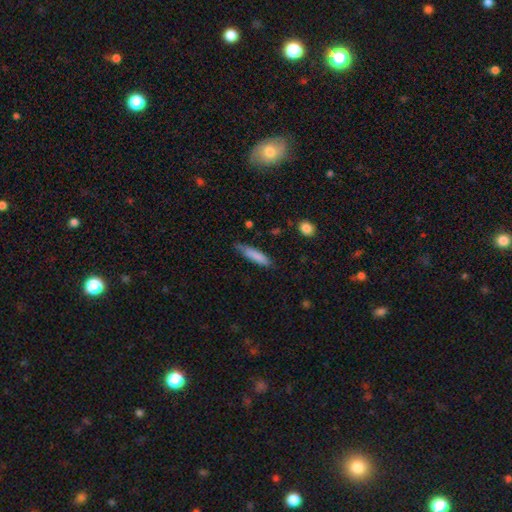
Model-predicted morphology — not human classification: type=smooth (81%); roundness=cigar-shaped (78%); merging=none (65%).